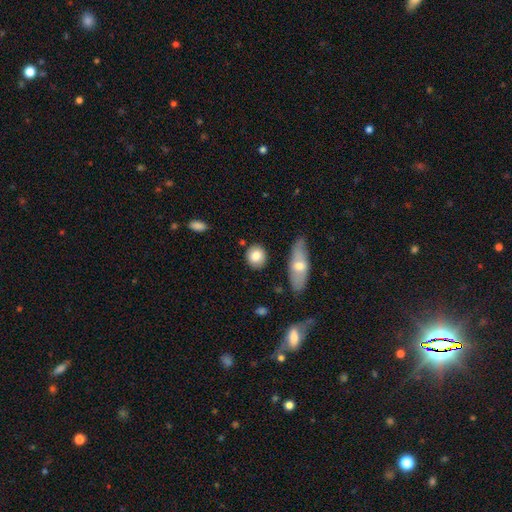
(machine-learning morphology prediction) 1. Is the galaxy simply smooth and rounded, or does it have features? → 82% smooth, 11% featured or disk, 7% star or artifact.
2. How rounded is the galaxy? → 75% round, 22% in between, 3% cigar-shaped.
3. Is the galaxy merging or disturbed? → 82% none, 11% minor disturbance, 4% merger, 3% major disturbance.